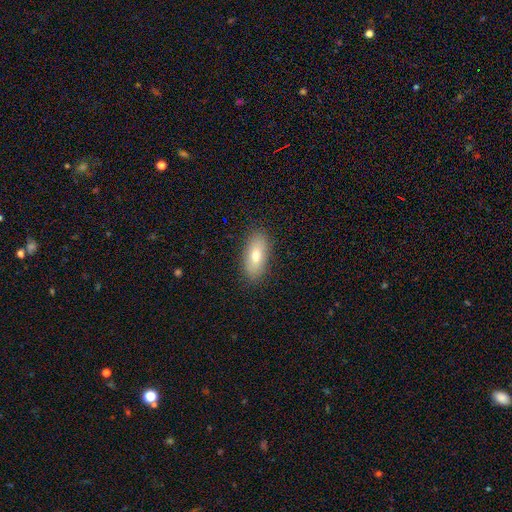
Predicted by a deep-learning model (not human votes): Smooth or featured?
  - smooth: 73% *
  - featured or disk: 19%
  - star or artifact: 8%
How rounded?
  - in between: 83% *
  - cigar-shaped: 13%
  - round: 4%
Merging?
  - none: 88% *
  - minor disturbance: 9%
  - major disturbance: 2%
  - merger: 1%